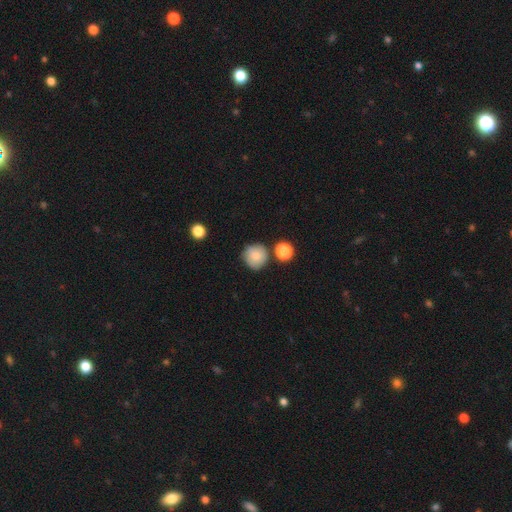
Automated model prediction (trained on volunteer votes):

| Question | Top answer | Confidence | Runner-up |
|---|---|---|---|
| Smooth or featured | smooth | 81% | featured or disk (10%) |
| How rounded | round | 92% | in between (7%) |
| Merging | none | 76% | minor disturbance (12%) |